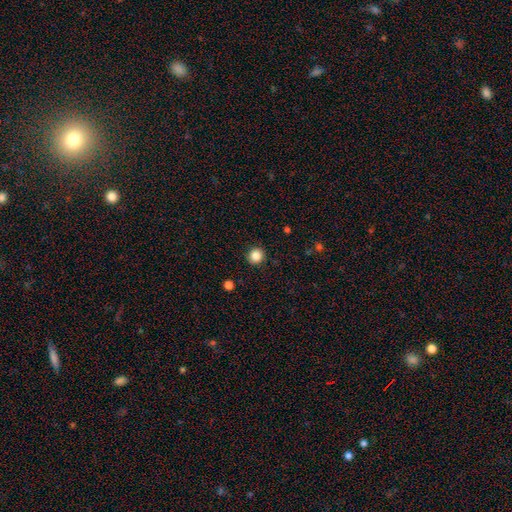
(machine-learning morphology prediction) type=smooth (86%); roundness=round (91%); merging=none (92%).